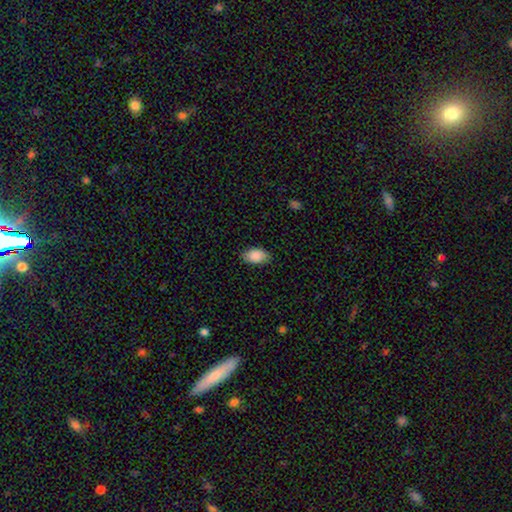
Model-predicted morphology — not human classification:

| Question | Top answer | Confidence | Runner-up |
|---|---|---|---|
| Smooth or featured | smooth | 89% | star or artifact (7%) |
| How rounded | in between | 93% | round (5%) |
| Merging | none | 84% | minor disturbance (12%) |